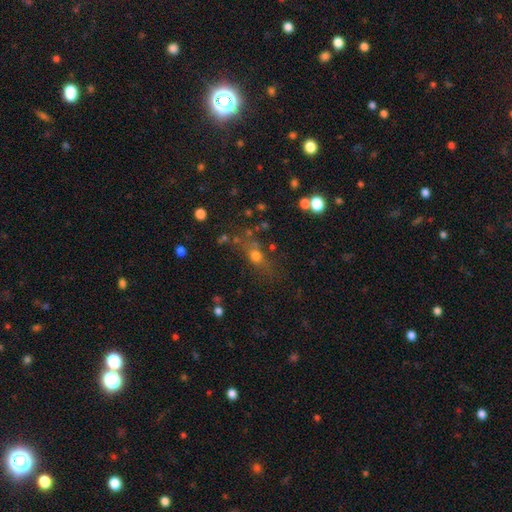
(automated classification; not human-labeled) Morphology: type=smooth (61%); roundness=in between (44%); merging=none (65%).